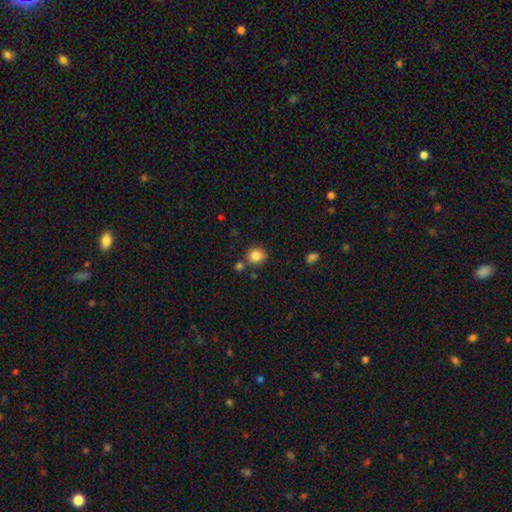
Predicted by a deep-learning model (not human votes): smooth-or-featured: smooth: 84% | star or artifact: 10% | featured or disk: 6%
  how-rounded: round: 85% | in between: 15% | cigar-shaped: 1%
  merging: none: 77% | minor disturbance: 11% | merger: 9% | major disturbance: 3%